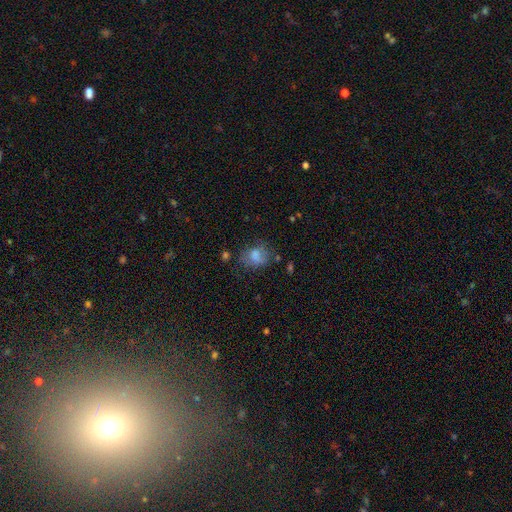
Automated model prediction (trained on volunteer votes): smooth_or_featured: smooth (p=0.72) [alt: featured or disk p=0.17]
how_rounded: in between (p=0.55) [alt: round p=0.44]
merging: none (p=0.52) [alt: minor disturbance p=0.26]